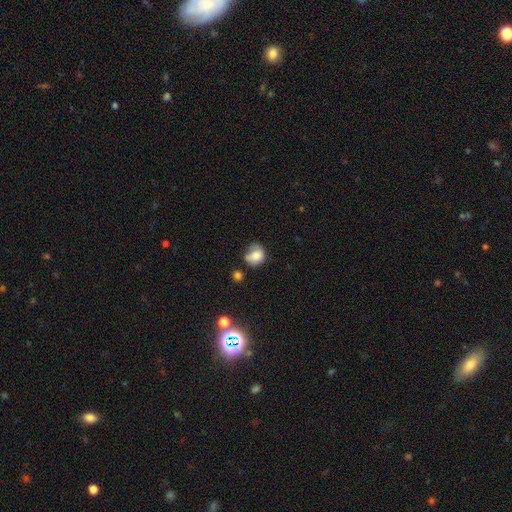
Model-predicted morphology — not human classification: Overall: smooth (77%). How rounded: round (63%; in between 36%). Merging: none (40%; minor disturbance 35%).